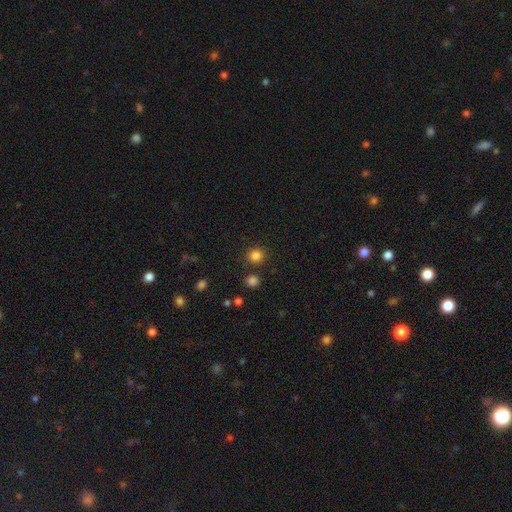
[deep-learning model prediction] A smooth galaxy with no disk features (83%) that is round (91%).

Vote fractions:
- Smooth or featured? smooth: 83% / star or artifact: 13% / featured or disk: 4%
- How rounded? round: 91% / in between: 8% / cigar-shaped: 1%
- Merging? none: 86% / minor disturbance: 7% / merger: 5% / major disturbance: 3%